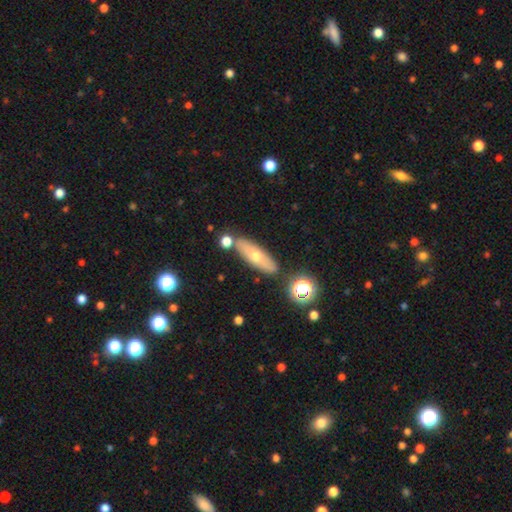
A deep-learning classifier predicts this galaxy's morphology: smooth 55%, featured or disk 36%, star or artifact 9%. Down the decision tree: how rounded — in between (50%); merging — none (79%).